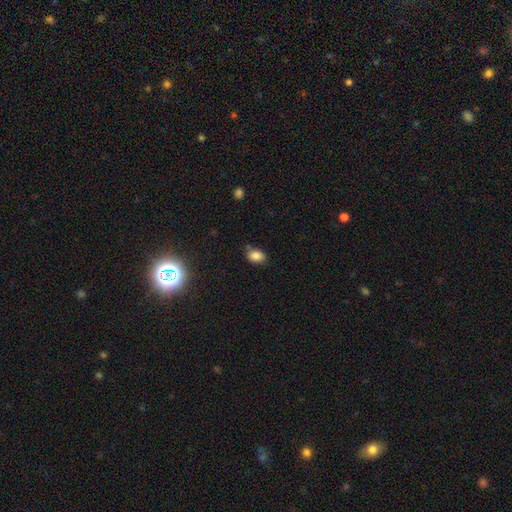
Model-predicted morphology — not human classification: type=smooth (85%); roundness=in between (82%); merging=none (73%).